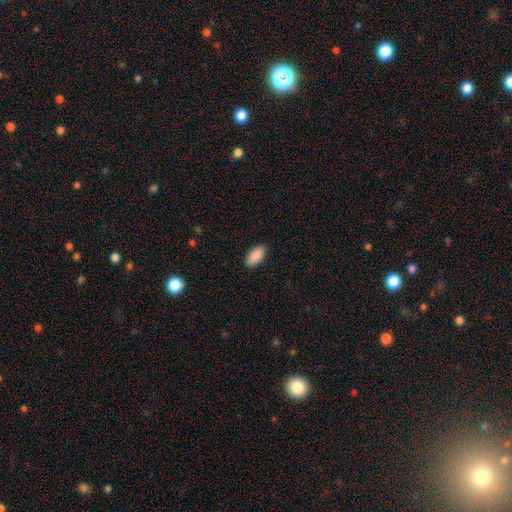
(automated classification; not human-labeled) Smooth or featured? smooth (91%)
How rounded? in between (94%)
Merging? none (89%)